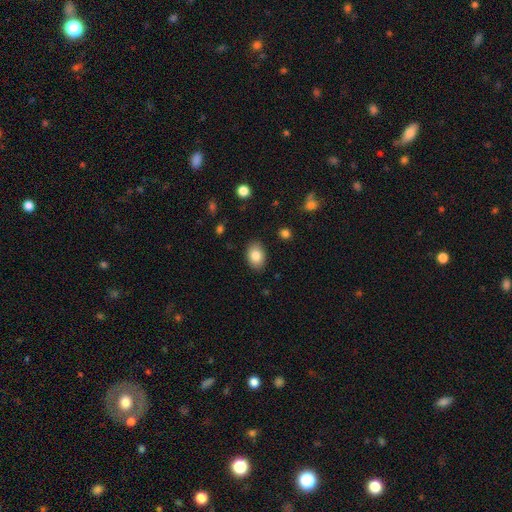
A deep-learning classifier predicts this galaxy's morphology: smooth-or-featured: smooth: 83% | featured or disk: 9% | star or artifact: 8%
  how-rounded: in between: 81% | round: 18% | cigar-shaped: 1%
  merging: none: 87% | minor disturbance: 9% | major disturbance: 2% | merger: 1%